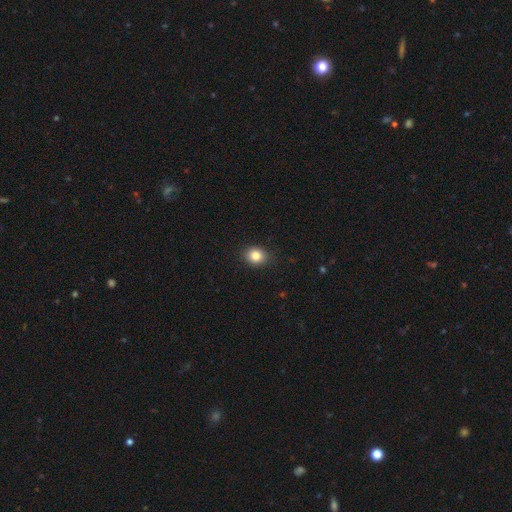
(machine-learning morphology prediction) Smooth or featured? smooth (84%)
How rounded? round (60%)
Merging? none (89%)